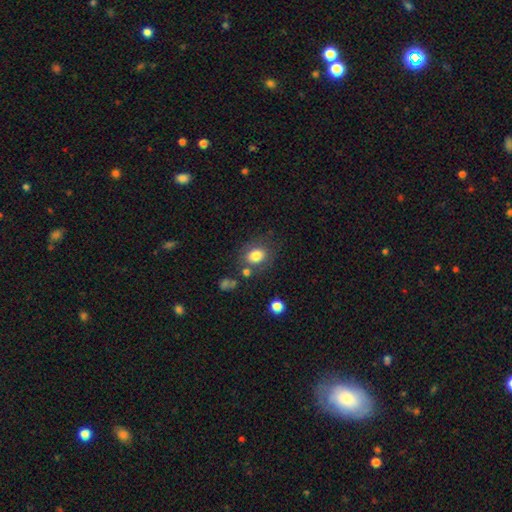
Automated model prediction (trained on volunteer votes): smooth-or-featured: smooth: 81% | star or artifact: 10% | featured or disk: 9%
  how-rounded: round: 51% | in between: 48% | cigar-shaped: 1%
  merging: none: 72% | minor disturbance: 14% | merger: 7% | major disturbance: 6%